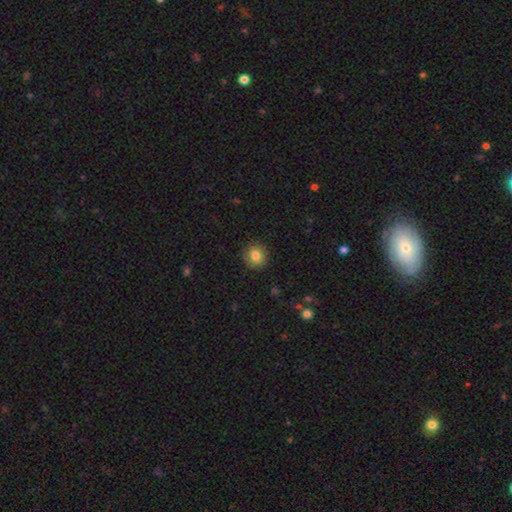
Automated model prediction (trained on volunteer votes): The model was most divided on "how rounded": round: 85%, in between: 14%, cigar-shaped: 1%. More confident: merging — none (90%); smooth or featured — smooth (83%).